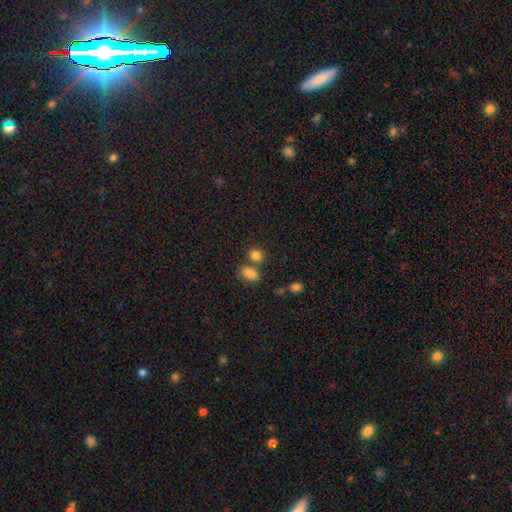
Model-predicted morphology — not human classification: smooth-or-featured: smooth: 83% | star or artifact: 12% | featured or disk: 5%
  how-rounded: round: 61% | in between: 37% | cigar-shaped: 1%
  merging: none: 57% | merger: 29% | minor disturbance: 10% | major disturbance: 4%